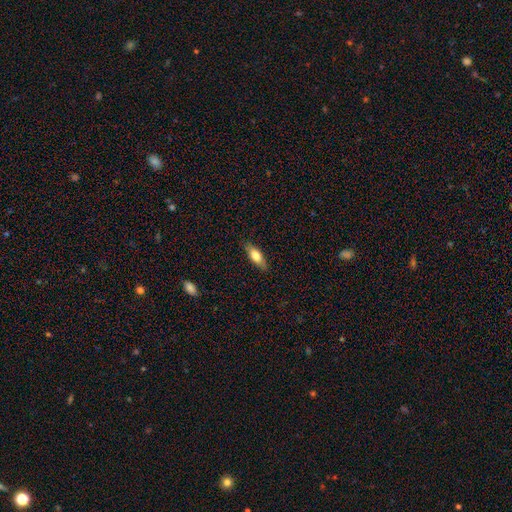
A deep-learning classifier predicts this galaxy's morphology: Overall: smooth (70%). How rounded: in between (63%; cigar-shaped 35%). Merging: none (85%).